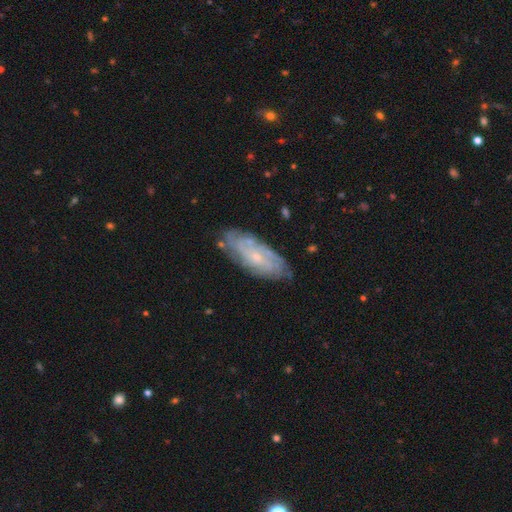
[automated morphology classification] Smooth or featured? Predicted: featured or disk (p=0.71). Edge-on disk? Predicted: no (p=0.86). Bar? Predicted: no (p=0.69). Spiral arms? Predicted: yes (p=0.86). Spiral winding? Predicted: tight (p=0.67). Spiral arm count? Predicted: can't tell (p=0.57). Bulge size? Predicted: small (p=0.74). Merging? Predicted: none (p=0.78).